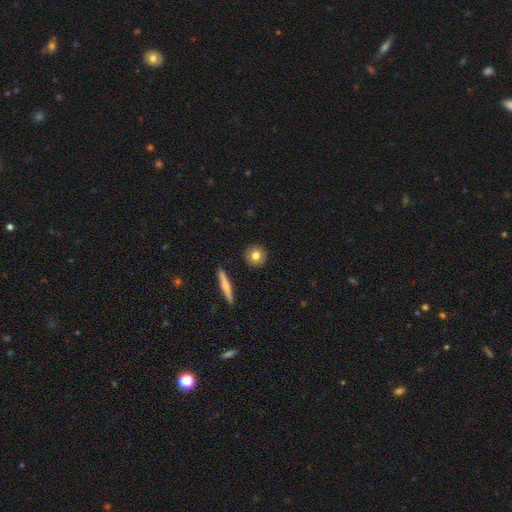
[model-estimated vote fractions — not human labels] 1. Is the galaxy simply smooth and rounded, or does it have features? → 78% smooth, 14% featured or disk, 8% star or artifact.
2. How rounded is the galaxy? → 89% round, 9% in between, 2% cigar-shaped.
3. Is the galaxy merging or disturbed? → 91% none, 6% minor disturbance, 2% major disturbance, 2% merger.